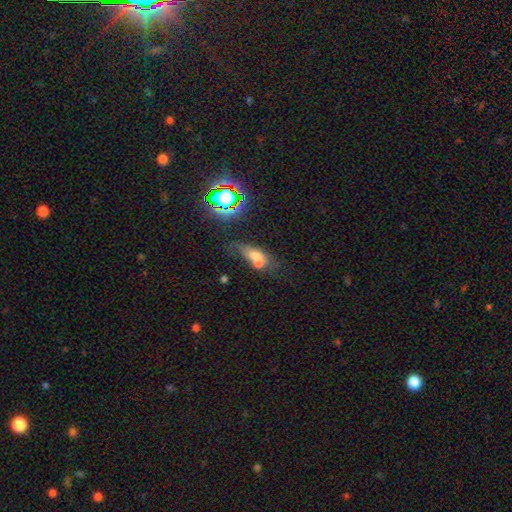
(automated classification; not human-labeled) Q: Smooth or featured?
A: smooth (59%); runner-up: featured or disk (24%)
Q: How rounded?
A: in between (69%); runner-up: cigar-shaped (16%)
Q: Merging?
A: merger (46%); runner-up: none (27%)